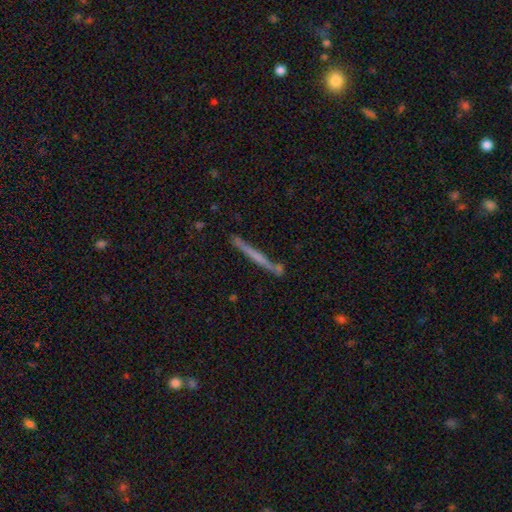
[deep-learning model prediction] Q: Smooth or featured?
A: featured or disk (49%); runner-up: smooth (44%)
Q: Merging?
A: none (80%); runner-up: minor disturbance (11%)